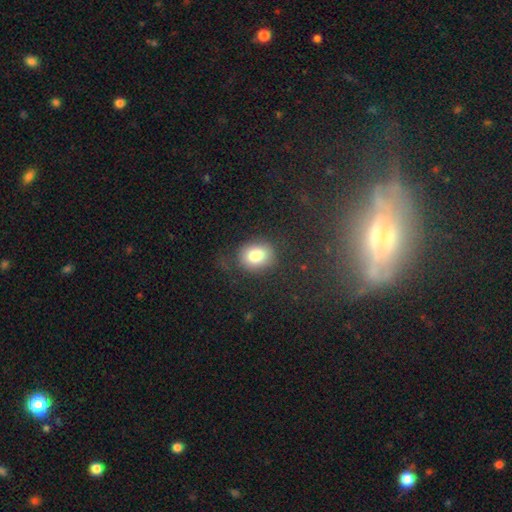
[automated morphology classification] This appears to be a smooth galaxy with no disk features (81%) that is round (57%). Merging: none (76%).